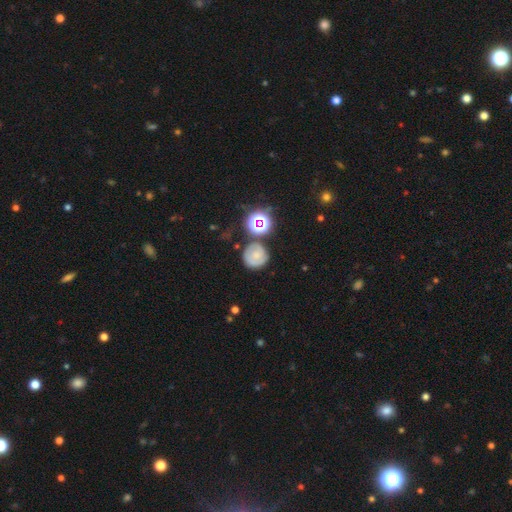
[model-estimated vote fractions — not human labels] Smooth or featured: smooth — 50% (featured or disk — 36%)
Merging: none — 72% (minor disturbance — 16%)